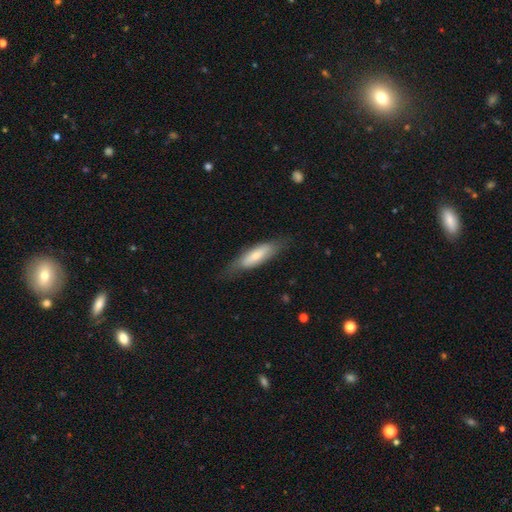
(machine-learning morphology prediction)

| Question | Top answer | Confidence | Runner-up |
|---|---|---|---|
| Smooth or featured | smooth | 63% | featured or disk (31%) |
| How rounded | cigar-shaped | 51% | in between (47%) |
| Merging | none | 70% | minor disturbance (22%) |